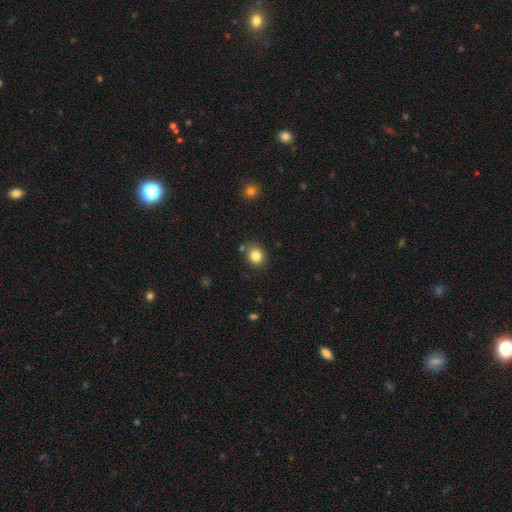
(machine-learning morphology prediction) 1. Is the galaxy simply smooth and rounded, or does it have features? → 83% smooth, 10% star or artifact, 6% featured or disk.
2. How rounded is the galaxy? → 69% round, 30% in between, 1% cigar-shaped.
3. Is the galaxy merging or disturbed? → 80% none, 11% minor disturbance, 6% merger, 3% major disturbance.